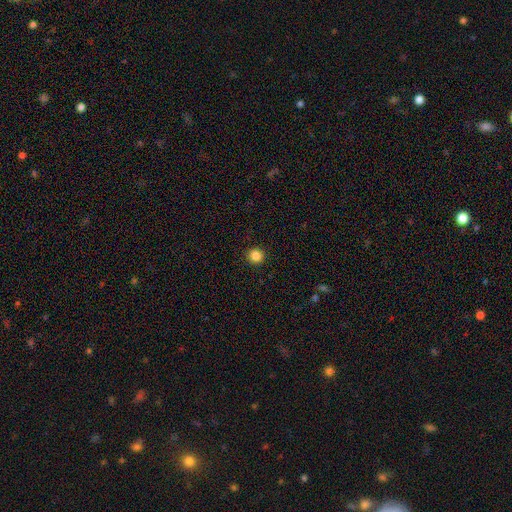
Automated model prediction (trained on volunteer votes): Morphology: type=smooth (85%); roundness=round (95%); merging=none (93%).